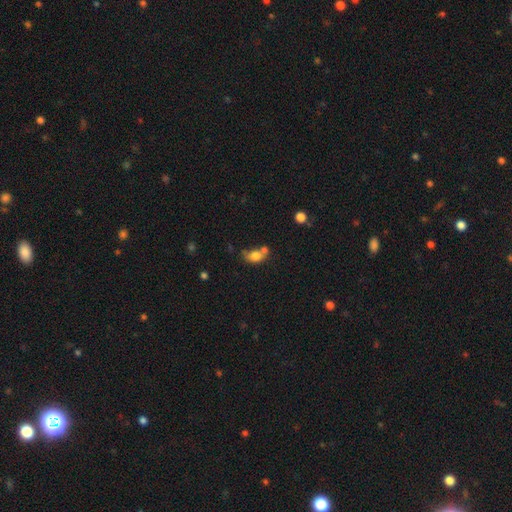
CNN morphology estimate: This is likely a smooth galaxy (75%). How rounded: likely in between (66%). Merging: marginally merger (43%).